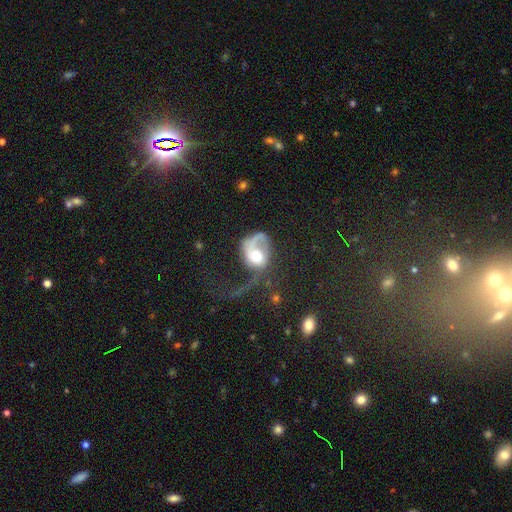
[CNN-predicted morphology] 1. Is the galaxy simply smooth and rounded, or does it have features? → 64% featured or disk, 28% smooth, 8% star or artifact.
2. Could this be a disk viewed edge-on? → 97% no, 3% yes.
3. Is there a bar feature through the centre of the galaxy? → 75% no, 20% weak, 5% strong.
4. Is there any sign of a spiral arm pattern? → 78% yes, 22% no.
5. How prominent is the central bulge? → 43% moderate, 39% large, 8% small, 7% dominant, 3% none.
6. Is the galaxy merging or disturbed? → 60% major disturbance, 20% none, 14% minor disturbance, 6% merger.